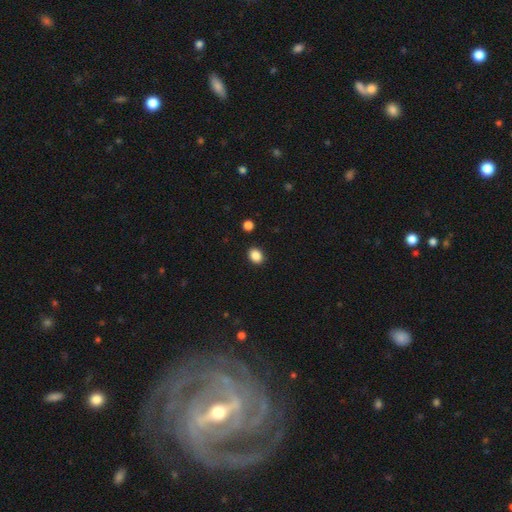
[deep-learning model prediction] smooth_or_featured: smooth (p=0.87) [alt: star or artifact p=0.10]
how_rounded: in between (p=0.51) [alt: round p=0.48]
merging: none (p=0.89) [alt: minor disturbance p=0.07]